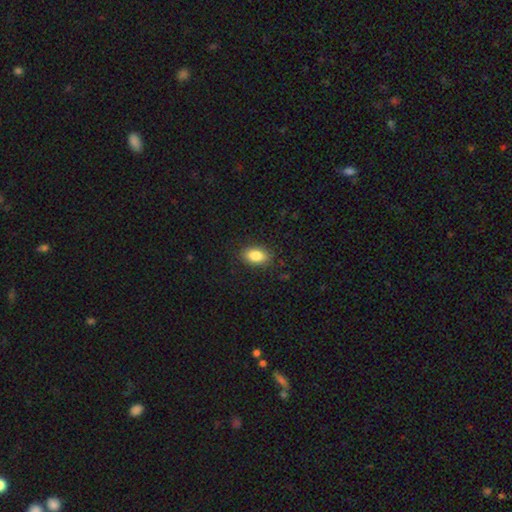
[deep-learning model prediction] This appears to be a smooth galaxy with no disk features (86%) that is in between round and cigar-shaped (89%). Merging: none (87%).